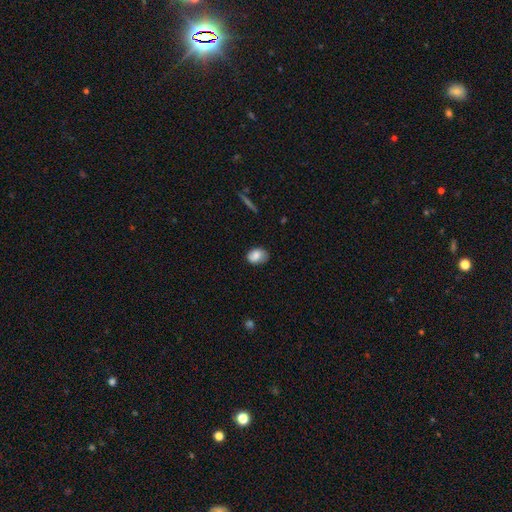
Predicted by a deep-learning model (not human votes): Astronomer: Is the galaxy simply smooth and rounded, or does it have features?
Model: smooth — 79%.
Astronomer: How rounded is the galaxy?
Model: in between — 72%.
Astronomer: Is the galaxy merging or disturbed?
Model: none — 69%.